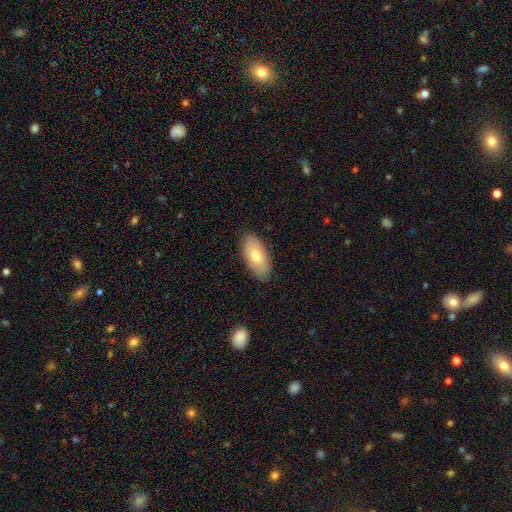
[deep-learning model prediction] Smooth or featured: smooth — 71% (featured or disk — 23%)
How rounded: in between — 93% (cigar-shaped — 5%)
Merging: none — 85% (minor disturbance — 11%)